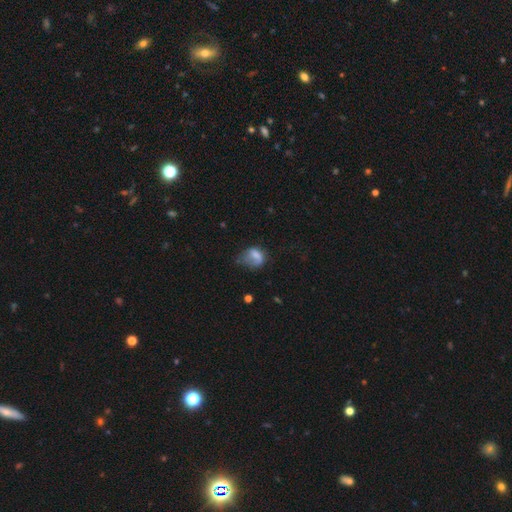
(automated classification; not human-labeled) A smooth galaxy with no disk features (66%) that is in between round and cigar-shaped (64%). Merging: major disturbance (38%).